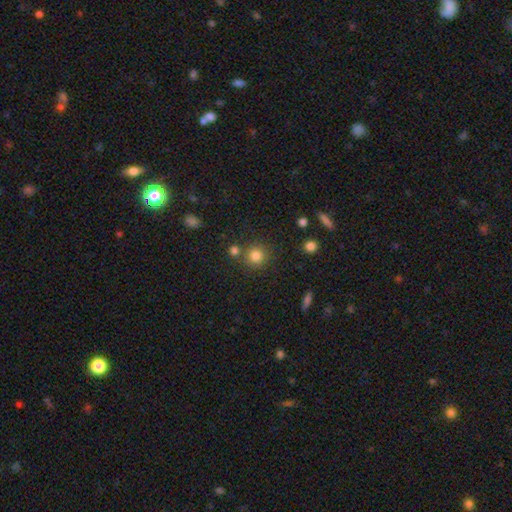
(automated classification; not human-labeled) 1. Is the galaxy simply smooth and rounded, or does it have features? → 81% smooth, 13% star or artifact, 6% featured or disk.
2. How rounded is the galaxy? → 91% round, 8% in between, 1% cigar-shaped.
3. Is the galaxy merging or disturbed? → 77% none, 12% merger, 9% minor disturbance, 3% major disturbance.